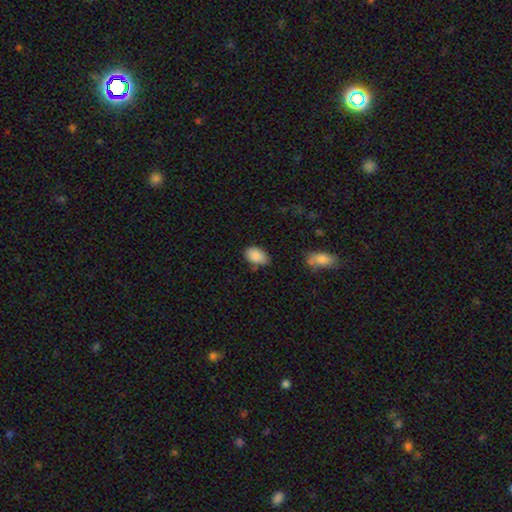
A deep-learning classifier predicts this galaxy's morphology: type=smooth (87%); roundness=in between (89%); merging=none (62%).